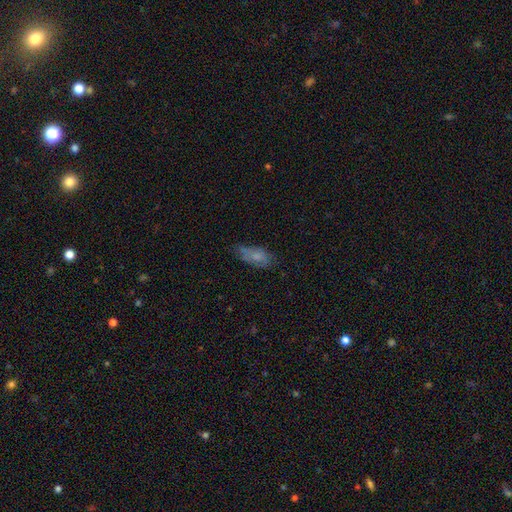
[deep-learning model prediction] This appears to be a smooth galaxy with no disk features (67%) that is in between round and cigar-shaped (78%). Merging: none (53%).